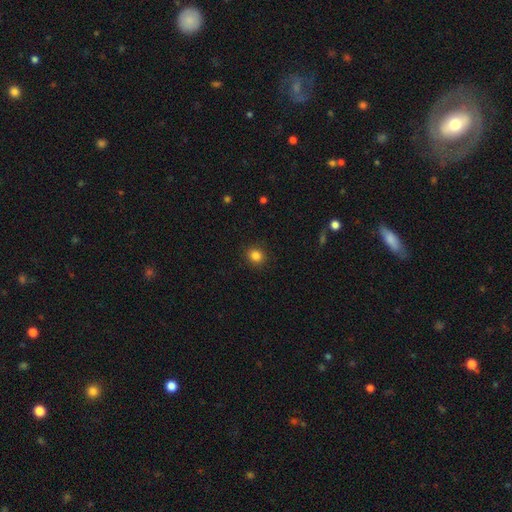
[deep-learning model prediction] Smooth or featured? smooth (85%)
How rounded? round (85%)
Merging? none (90%)